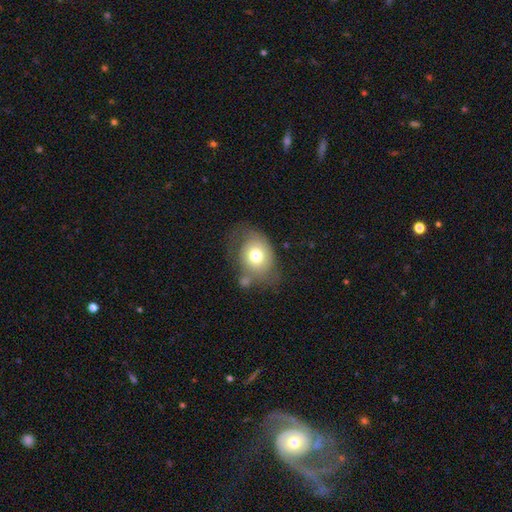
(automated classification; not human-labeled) smooth_or_featured: smooth (p=0.67) [alt: featured or disk p=0.24]
how_rounded: in between (p=0.56) [alt: round p=0.43]
merging: none (p=0.45) [alt: minor disturbance p=0.27]